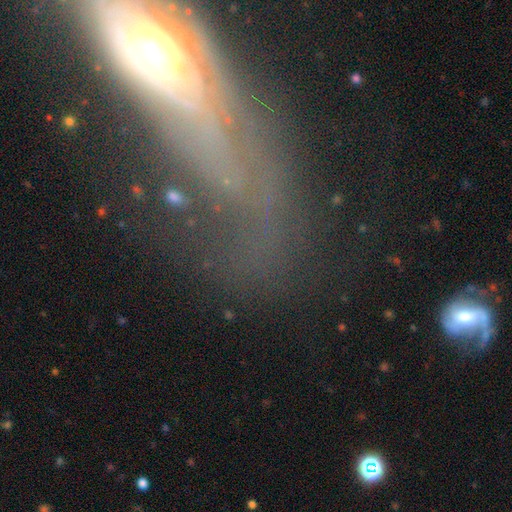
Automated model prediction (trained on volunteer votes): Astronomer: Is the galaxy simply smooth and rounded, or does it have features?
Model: featured or disk — 59%.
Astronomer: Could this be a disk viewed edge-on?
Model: no — 72%.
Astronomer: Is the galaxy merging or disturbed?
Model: none — 42% (runner-up: major disturbance, 33%).